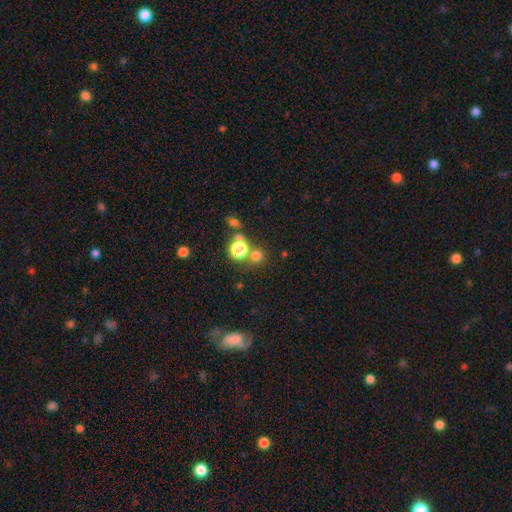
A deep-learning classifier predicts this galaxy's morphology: This appears to be a smooth galaxy with no disk features (70%) that is round (89%). Merging: none (67%).